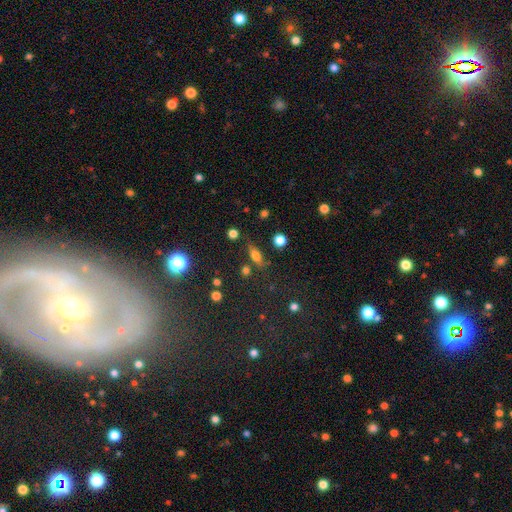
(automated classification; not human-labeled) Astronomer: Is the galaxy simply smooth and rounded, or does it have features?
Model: smooth — 65%.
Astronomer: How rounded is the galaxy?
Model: in between — 62%.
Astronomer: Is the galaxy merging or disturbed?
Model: none — 72%.